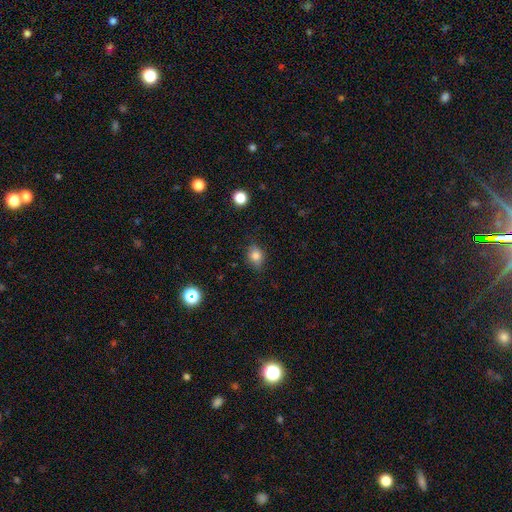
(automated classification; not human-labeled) This is clearly a smooth galaxy (82%). How rounded: possibly round (51%). Merging: clearly none (80%).